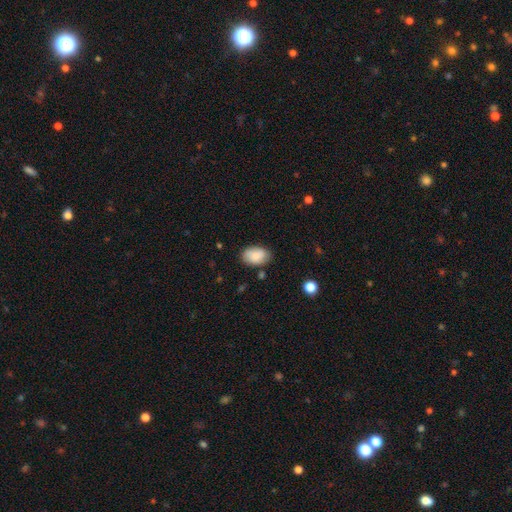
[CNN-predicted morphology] Smooth or featured? Predicted: smooth (p=0.83). How rounded? Predicted: in between (p=0.88). Merging? Predicted: none (p=0.79).